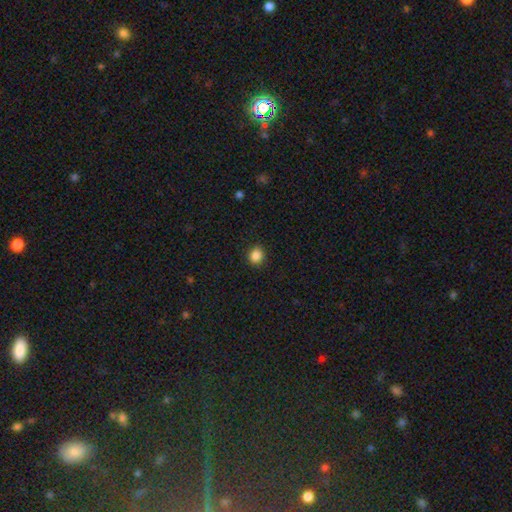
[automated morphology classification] Smooth or featured? Predicted: smooth (p=0.86). How rounded? Predicted: round (p=0.76). Merging? Predicted: none (p=0.90).